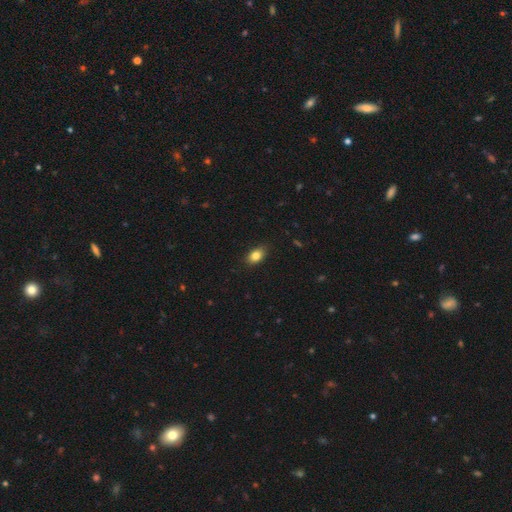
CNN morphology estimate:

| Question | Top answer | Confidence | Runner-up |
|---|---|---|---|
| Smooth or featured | smooth | 84% | star or artifact (9%) |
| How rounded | in between | 83% | round (15%) |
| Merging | none | 85% | minor disturbance (12%) |